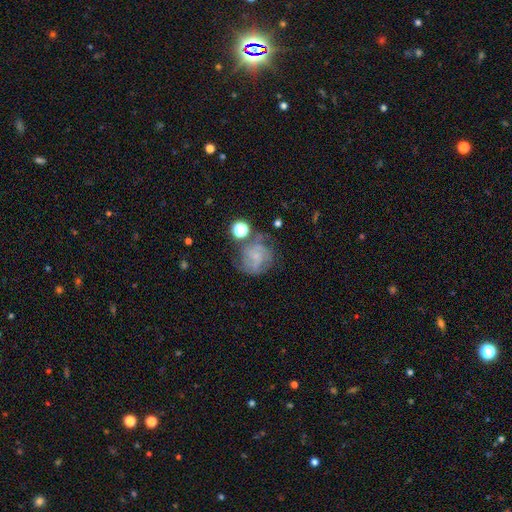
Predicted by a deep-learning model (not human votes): Smooth or featured: featured or disk — 71% (smooth — 19%)
Edge-on disk: no — 98% (yes — 2%)
Bar: no — 67% (weak — 28%)
Spiral arms: yes — 91% (no — 9%)
Spiral winding: tight — 50% (medium — 38%)
Spiral arm count: can't tell — 29% (3 — 27%)
Bulge size: small — 70% (none — 14%)
Merging: none — 59% (minor disturbance — 20%)